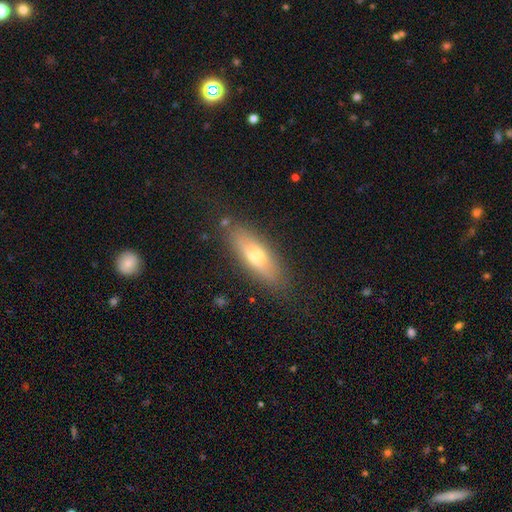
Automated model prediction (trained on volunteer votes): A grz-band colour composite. It shows a smooth galaxy with no disk features (55%) that is in between round and cigar-shaped (49%). Merging: none (82%).